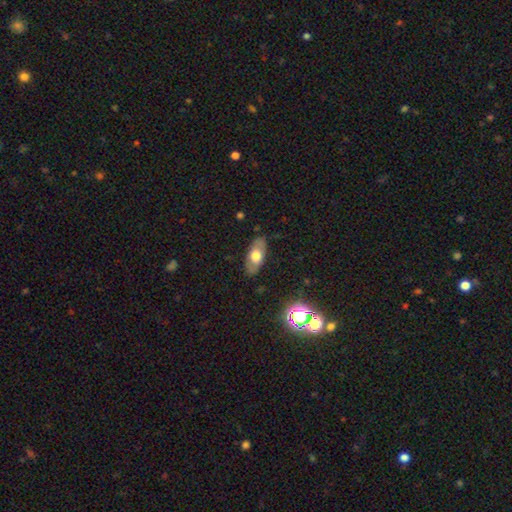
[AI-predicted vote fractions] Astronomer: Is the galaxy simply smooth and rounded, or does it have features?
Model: smooth — 61%.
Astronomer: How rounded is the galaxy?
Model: in between — 83%.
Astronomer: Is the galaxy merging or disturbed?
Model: none — 84%.